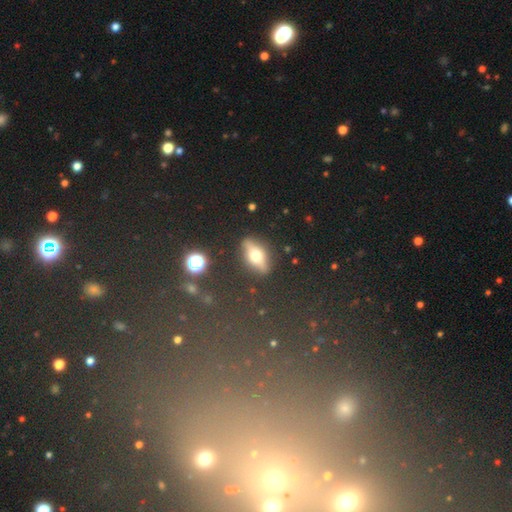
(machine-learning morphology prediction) smooth_or_featured: featured or disk (p=0.49) [alt: smooth p=0.41]
merging: none (p=0.84) [alt: minor disturbance p=0.11]